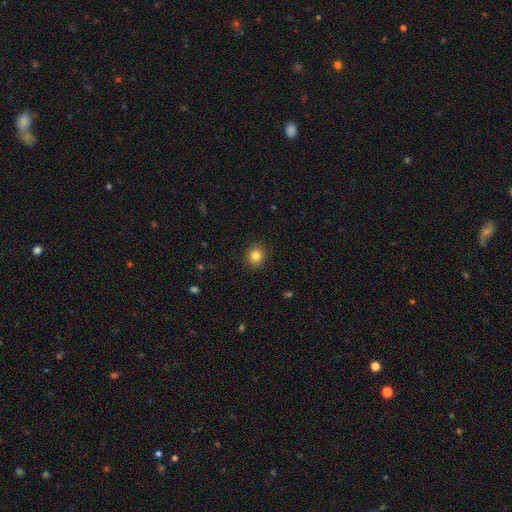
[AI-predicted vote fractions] smooth 83%, star or artifact 11%, featured or disk 6%. Down the decision tree: how rounded — round (78%); merging — none (90%).